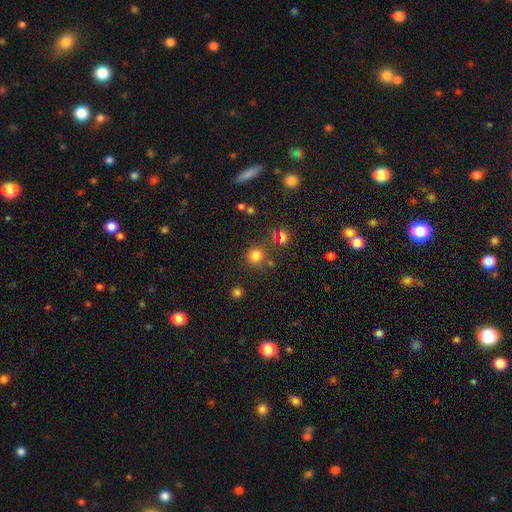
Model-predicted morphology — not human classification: smooth-or-featured: smooth: 77% | star or artifact: 17% | featured or disk: 6%
  how-rounded: round: 92% | in between: 7% | cigar-shaped: 1%
  merging: none: 76% | minor disturbance: 10% | merger: 10% | major disturbance: 4%